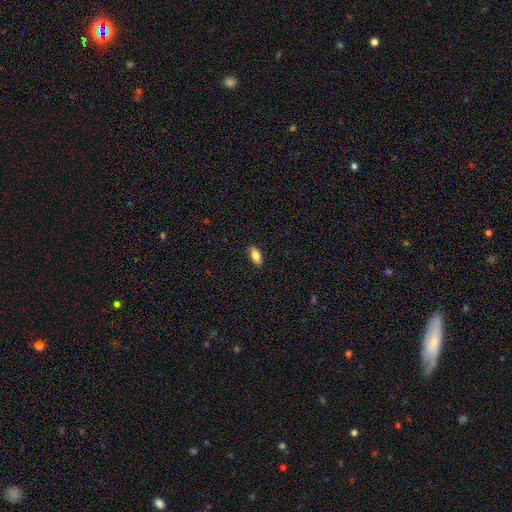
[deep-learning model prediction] A smooth galaxy with no disk features (80%) that is in between round and cigar-shaped (88%). Merging: none (85%).